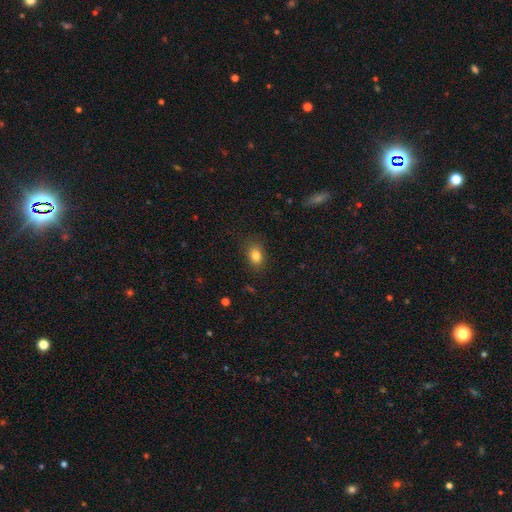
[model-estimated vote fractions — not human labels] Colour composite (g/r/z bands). It shows a smooth galaxy with no disk features (82%) that is in between round and cigar-shaped (65%). Merging: none (83%).